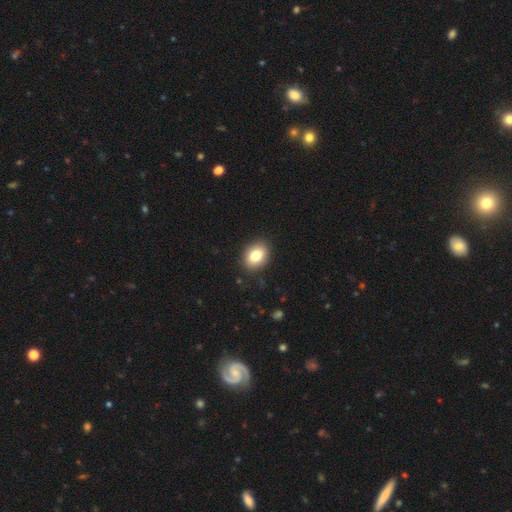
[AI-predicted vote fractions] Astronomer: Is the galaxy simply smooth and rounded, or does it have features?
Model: smooth — 81%.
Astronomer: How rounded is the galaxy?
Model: in between — 68%.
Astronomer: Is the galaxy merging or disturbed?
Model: none — 89%.